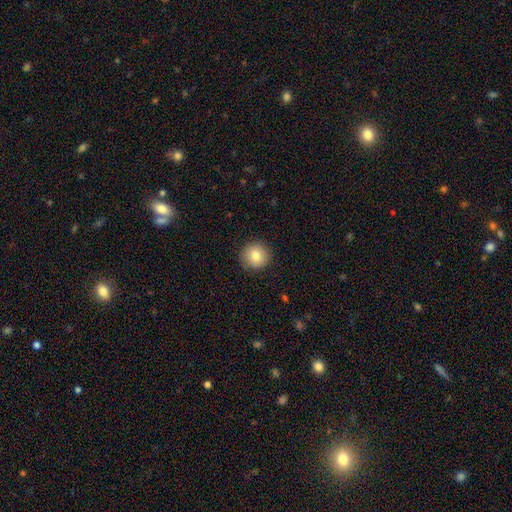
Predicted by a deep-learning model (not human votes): The model was most divided on "smooth or featured": smooth: 82%, featured or disk: 9%, star or artifact: 9%. More confident: how rounded — round (91%); merging — none (89%).